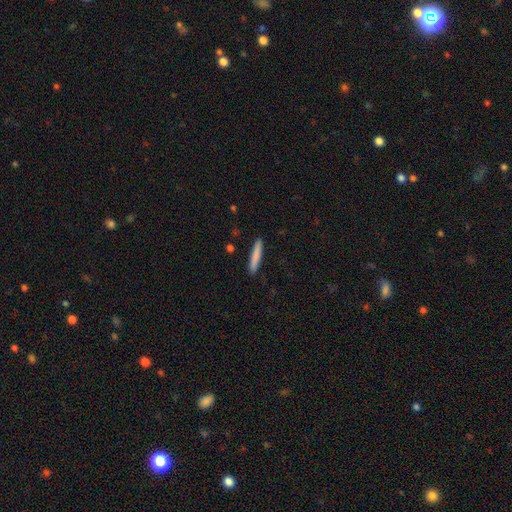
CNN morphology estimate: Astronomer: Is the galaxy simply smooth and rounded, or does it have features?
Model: smooth — 82%.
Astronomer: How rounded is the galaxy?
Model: cigar-shaped — 94%.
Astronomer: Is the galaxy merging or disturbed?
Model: none — 91%.